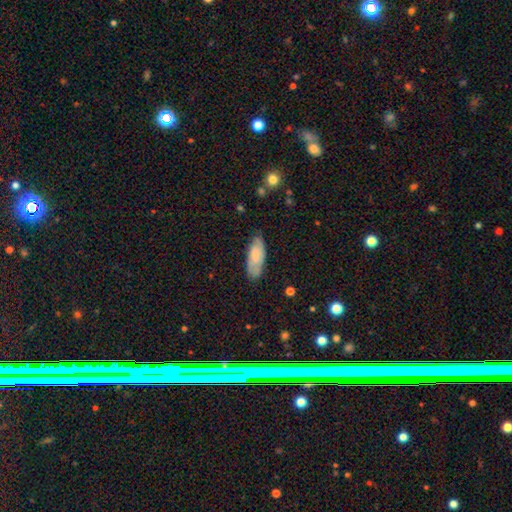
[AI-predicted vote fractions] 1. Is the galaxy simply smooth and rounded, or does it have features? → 66% smooth, 27% featured or disk, 7% star or artifact.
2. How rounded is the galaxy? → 77% in between, 21% cigar-shaped, 2% round.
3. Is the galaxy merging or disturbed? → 75% none, 20% minor disturbance, 4% major disturbance, 2% merger.